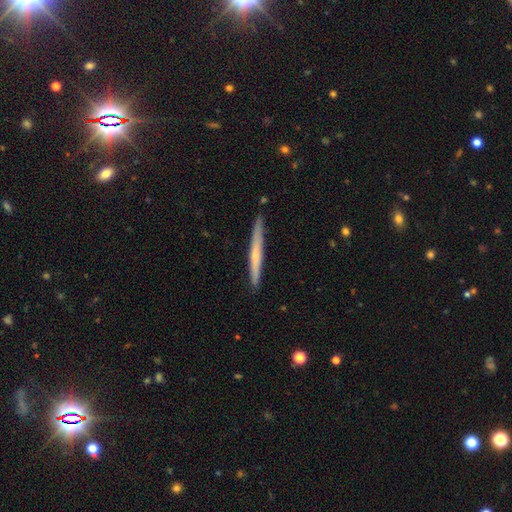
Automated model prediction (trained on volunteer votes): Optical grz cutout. It shows a smooth galaxy with no disk features (49%). Merging: none (90%).